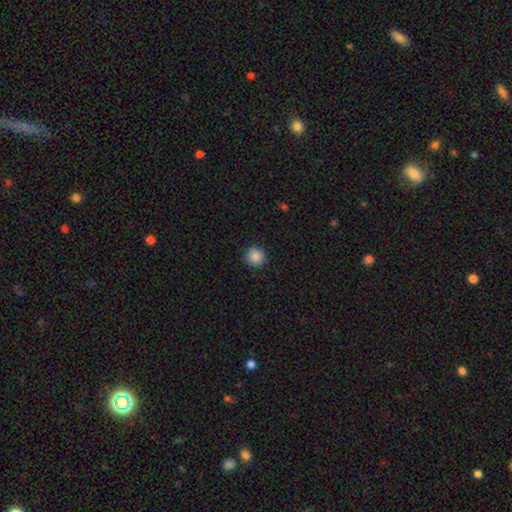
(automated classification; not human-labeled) Smooth or featured? Predicted: smooth (p=0.87). How rounded? Predicted: round (p=0.93). Merging? Predicted: none (p=0.88).